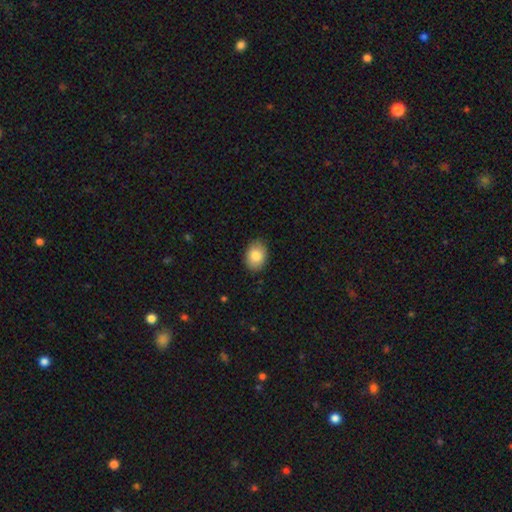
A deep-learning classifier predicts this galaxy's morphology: Overall: smooth (84%). How rounded: in between (71%). Merging: none (86%).